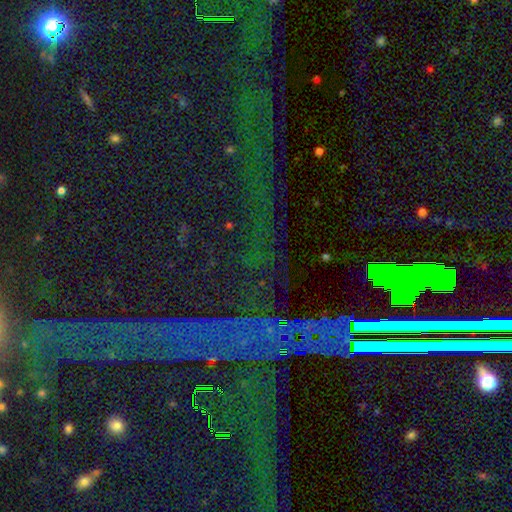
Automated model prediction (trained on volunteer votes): Smooth or featured? star or artifact (78%)